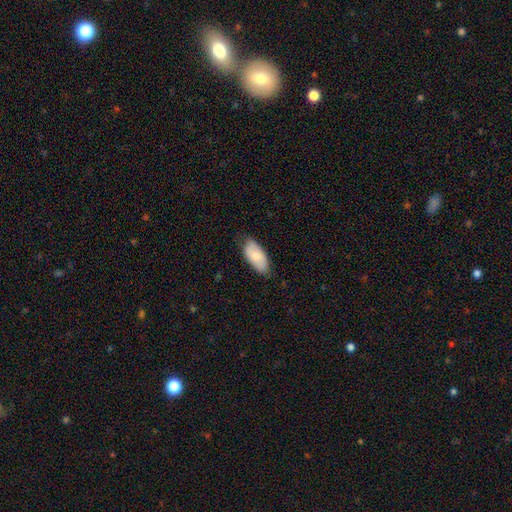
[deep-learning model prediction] A smooth galaxy with no disk features (76%) that is in between round and cigar-shaped (93%).

Vote fractions:
- Smooth or featured? smooth: 76% / featured or disk: 18% / star or artifact: 6%
- How rounded? in between: 93% / cigar-shaped: 5% / round: 2%
- Merging? none: 76% / minor disturbance: 20% / major disturbance: 3% / merger: 1%